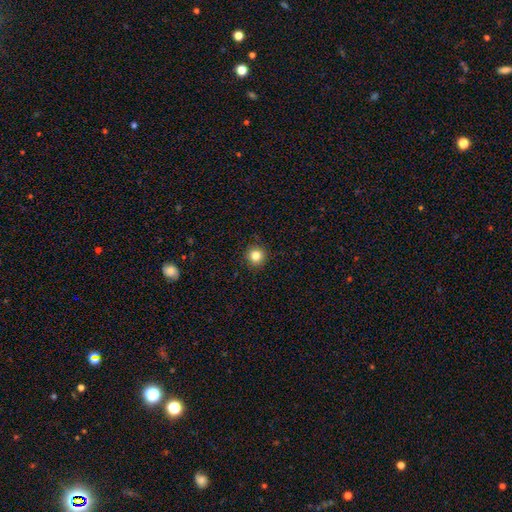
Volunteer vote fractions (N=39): Smooth or featured? smooth (92%)
How rounded? round (97%)
Merging? none (87%)